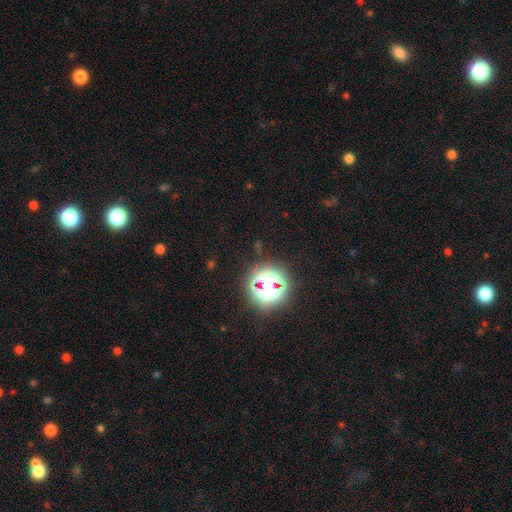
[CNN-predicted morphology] This appears to be a star or artifact, not a galaxy (78%).